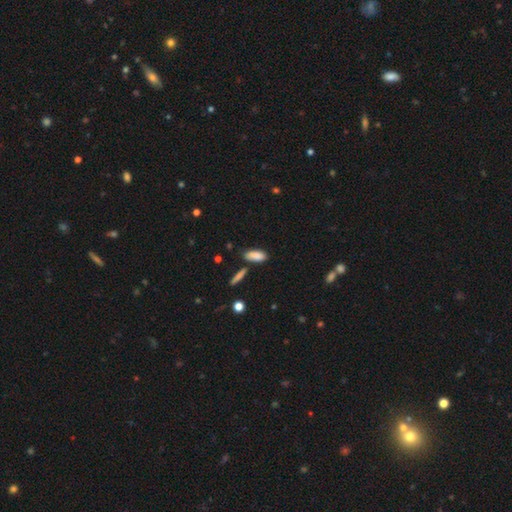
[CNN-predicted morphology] This appears to be a smooth galaxy with no disk features (86%) that is in between round and cigar-shaped (76%). Merging: none (73%).